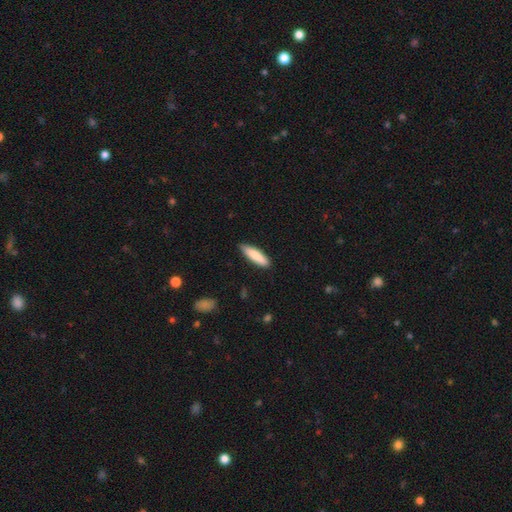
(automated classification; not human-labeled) A smooth galaxy with no disk features (84%) that is cigar-shaped (68%). Merging: none (86%).